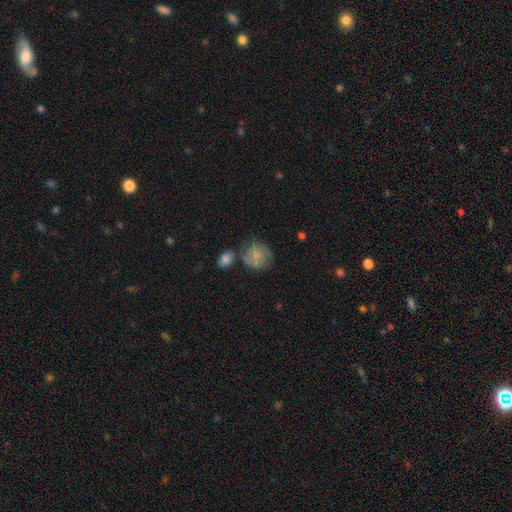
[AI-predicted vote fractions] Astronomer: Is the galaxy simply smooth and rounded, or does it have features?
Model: featured or disk — 47% (runner-up: smooth, 46%).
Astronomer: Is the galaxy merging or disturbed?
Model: none — 59%.